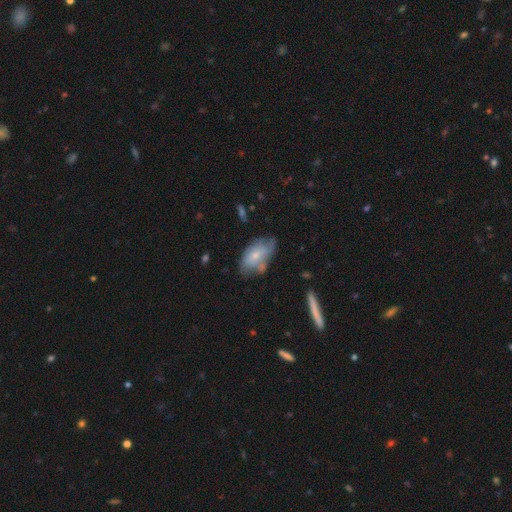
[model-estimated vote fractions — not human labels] Smooth or featured? Predicted: smooth (p=0.49). Merging? Predicted: none (p=0.41).